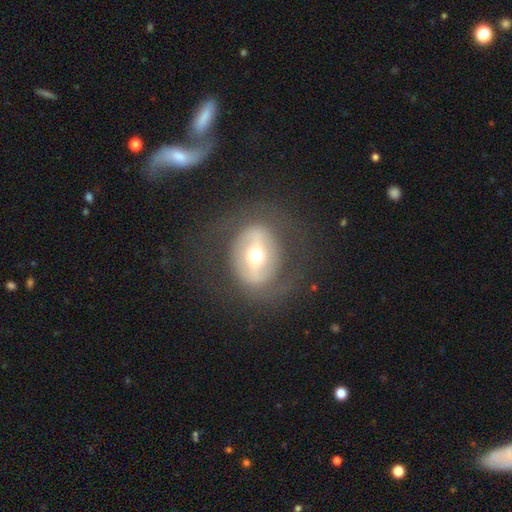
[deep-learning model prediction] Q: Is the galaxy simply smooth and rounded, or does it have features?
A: featured or disk — 59%.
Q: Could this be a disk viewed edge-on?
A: no — 90%.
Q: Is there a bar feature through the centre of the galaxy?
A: strong — 52%.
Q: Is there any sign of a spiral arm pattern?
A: no — 75%.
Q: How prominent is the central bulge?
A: moderate — 70%.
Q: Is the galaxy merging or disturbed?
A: none — 74%.